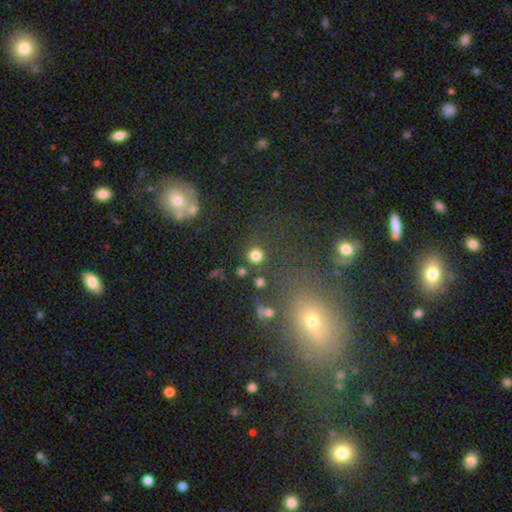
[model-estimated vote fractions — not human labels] Smooth or featured?
  - smooth: 80% *
  - star or artifact: 14%
  - featured or disk: 5%
How rounded?
  - round: 93% *
  - in between: 6%
  - cigar-shaped: 1%
Merging?
  - none: 83% *
  - minor disturbance: 7%
  - merger: 6%
  - major disturbance: 4%